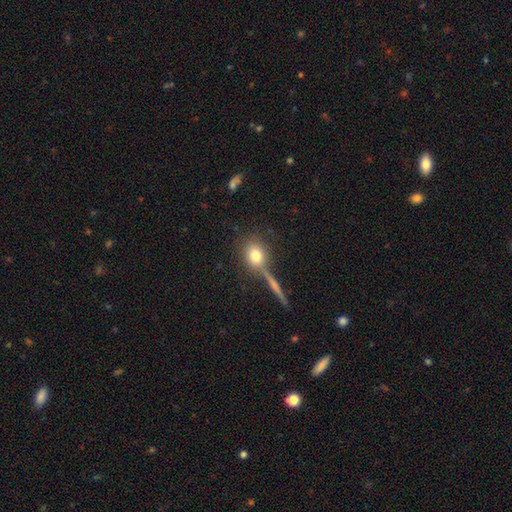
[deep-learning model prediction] smooth_or_featured: smooth (p=0.77) [alt: featured or disk p=0.12]
how_rounded: round (p=0.67) [alt: in between p=0.29]
merging: none (p=0.68) [alt: merger p=0.15]